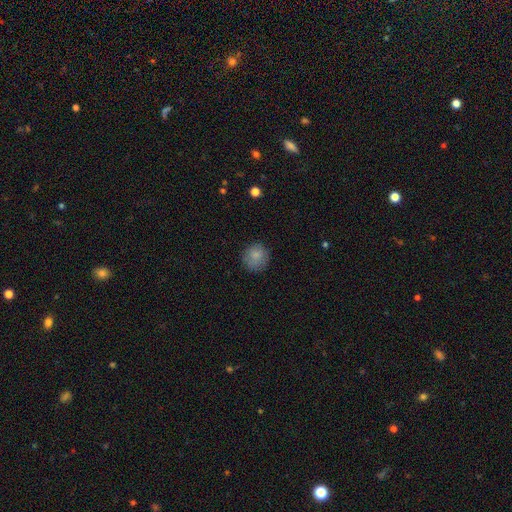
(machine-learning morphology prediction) smooth-or-featured: smooth: 84% | star or artifact: 9% | featured or disk: 7%
  how-rounded: round: 88% | in between: 11% | cigar-shaped: 1%
  merging: none: 82% | minor disturbance: 13% | major disturbance: 4% | merger: 1%